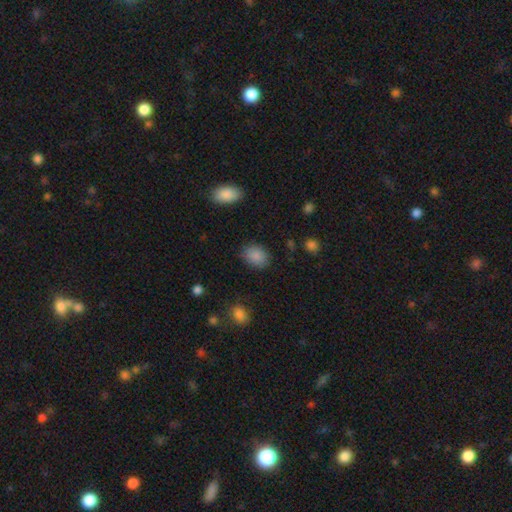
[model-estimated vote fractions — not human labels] Smooth or featured: smooth — 86% (star or artifact — 8%)
How rounded: in between — 61% (round — 38%)
Merging: none — 81% (minor disturbance — 13%)